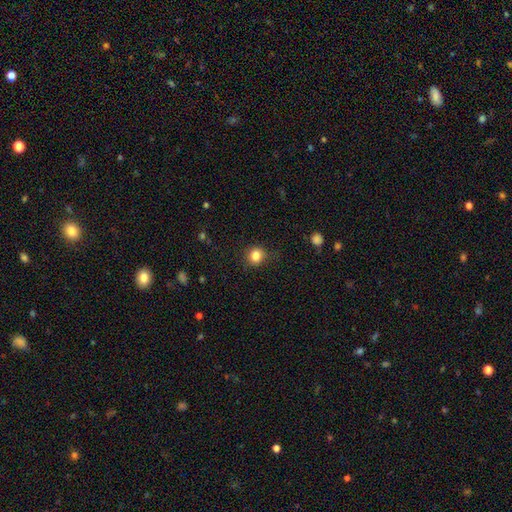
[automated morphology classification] A smooth galaxy with no disk features (83%) that is round (82%).

Vote fractions:
- Smooth or featured? smooth: 83% / star or artifact: 12% / featured or disk: 5%
- How rounded? round: 82% / in between: 17% / cigar-shaped: 1%
- Merging? none: 84% / minor disturbance: 11% / major disturbance: 3% / merger: 1%